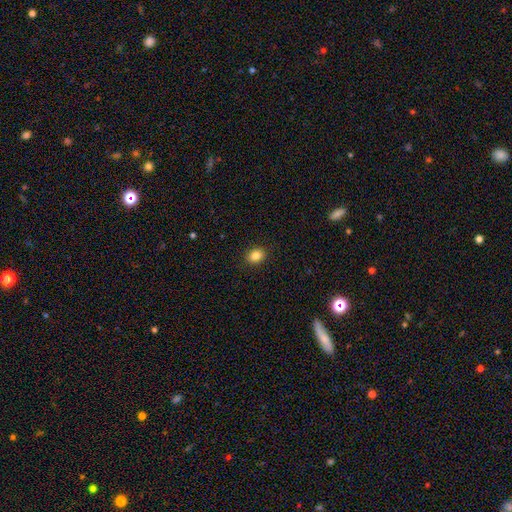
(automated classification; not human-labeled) A smooth galaxy with no disk features (85%) that is in between round and cigar-shaped (57%). Merging: none (90%).